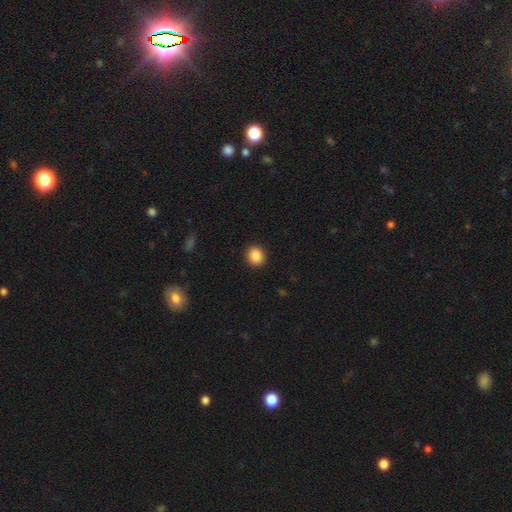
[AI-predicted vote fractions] Smooth or featured? smooth (88%)
How rounded? round (78%)
Merging? none (91%)